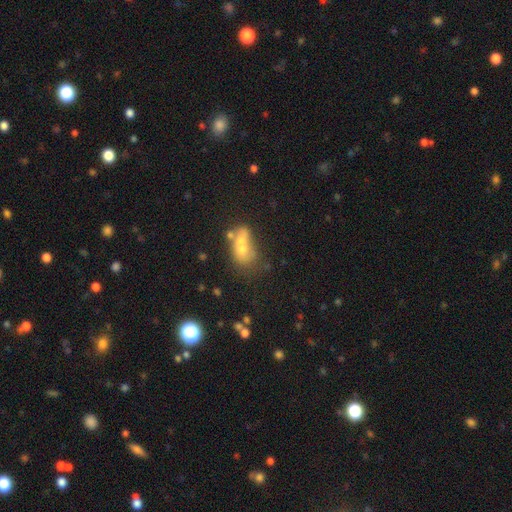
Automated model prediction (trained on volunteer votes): smooth-or-featured: smooth: 49% | star or artifact: 27% | featured or disk: 25%
  merging: none: 35% (tied) | merger: 35% (tied) | minor disturbance: 16% | major disturbance: 15%